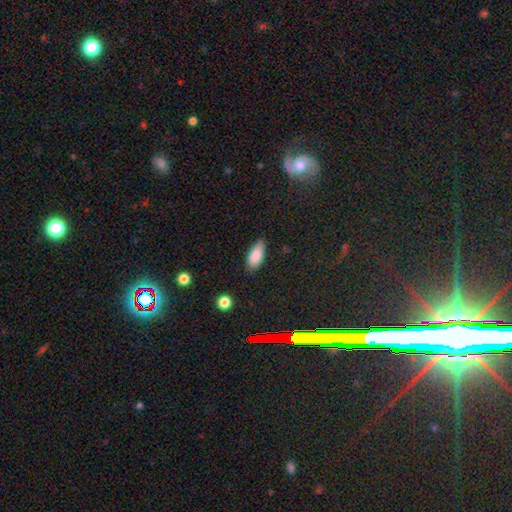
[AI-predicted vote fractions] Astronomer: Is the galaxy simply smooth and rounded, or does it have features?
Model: smooth — 87%.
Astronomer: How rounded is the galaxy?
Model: in between — 86%.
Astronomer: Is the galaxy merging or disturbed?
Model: none — 78%.